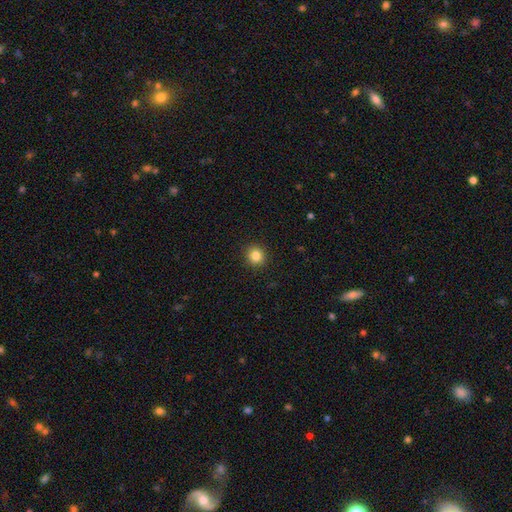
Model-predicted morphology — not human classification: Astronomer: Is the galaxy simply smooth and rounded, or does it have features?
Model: smooth — 84%.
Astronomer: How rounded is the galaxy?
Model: round — 91%.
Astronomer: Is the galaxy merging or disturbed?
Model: none — 92%.